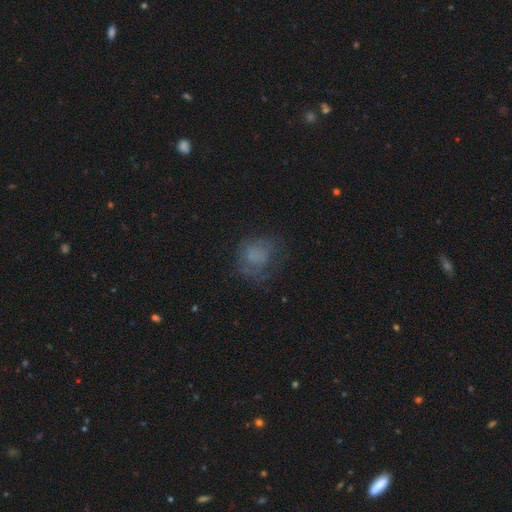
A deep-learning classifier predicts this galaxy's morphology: Smooth or featured? smooth (54%)
How rounded? round (65%)
Merging? none (52%)